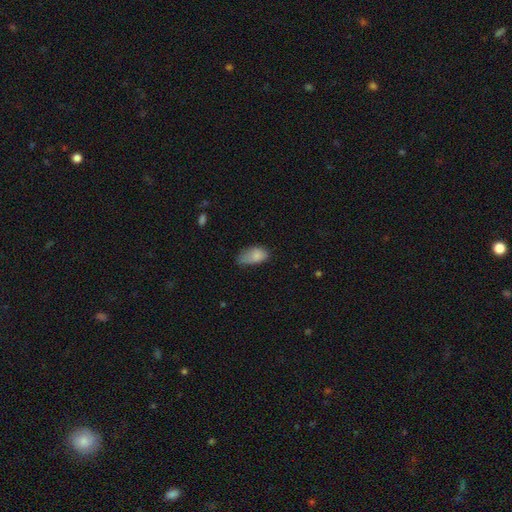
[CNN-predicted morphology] The model was most divided on "merging": minor disturbance: 45%, none: 35%, major disturbance: 17%, merger: 3%. More confident: how rounded — in between (92%); smooth or featured — smooth (81%).